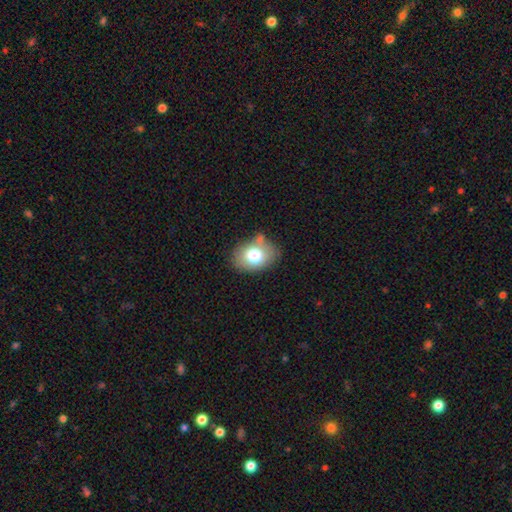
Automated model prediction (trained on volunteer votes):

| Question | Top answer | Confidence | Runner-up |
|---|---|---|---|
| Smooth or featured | smooth | 72% | featured or disk (18%) |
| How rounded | in between | 67% | round (32%) |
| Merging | none | 71% | minor disturbance (18%) |